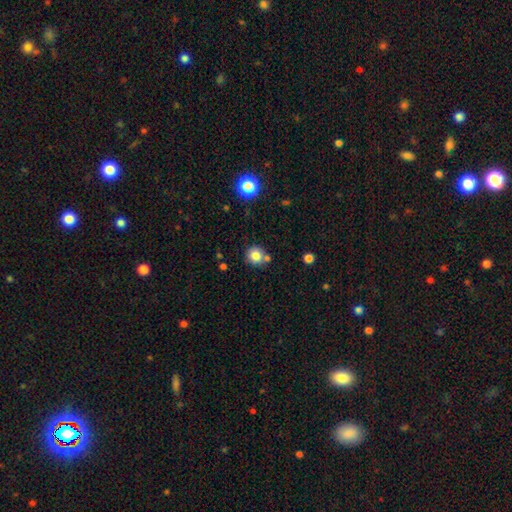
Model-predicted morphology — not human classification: A smooth galaxy with no disk features (81%) that is round (88%).

Vote fractions:
- Smooth or featured? smooth: 81% / star or artifact: 11% / featured or disk: 8%
- How rounded? round: 88% / in between: 11% / cigar-shaped: 1%
- Merging? none: 72% / merger: 13% / minor disturbance: 11% / major disturbance: 3%